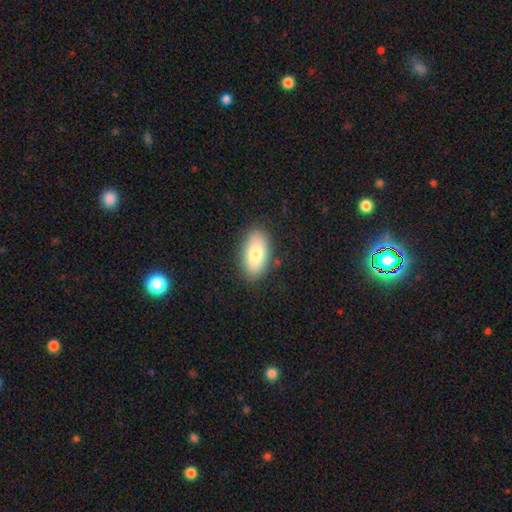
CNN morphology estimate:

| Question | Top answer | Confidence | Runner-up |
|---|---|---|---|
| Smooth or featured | smooth | 79% | featured or disk (14%) |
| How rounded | in between | 93% | round (4%) |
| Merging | none | 86% | minor disturbance (10%) |